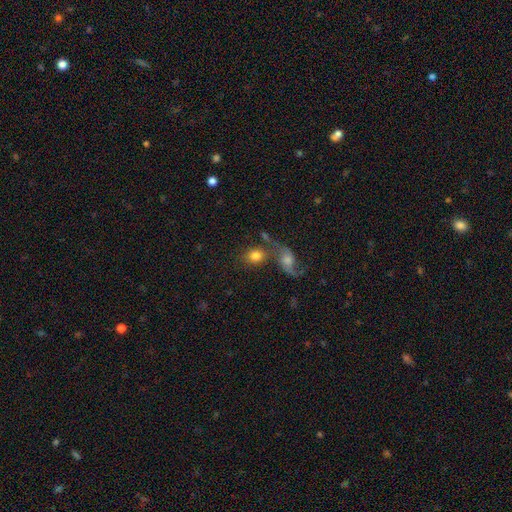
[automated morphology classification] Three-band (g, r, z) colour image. It shows a smooth galaxy with no disk features (75%) that is round (49%, tied with in between). Merging: none (45%).